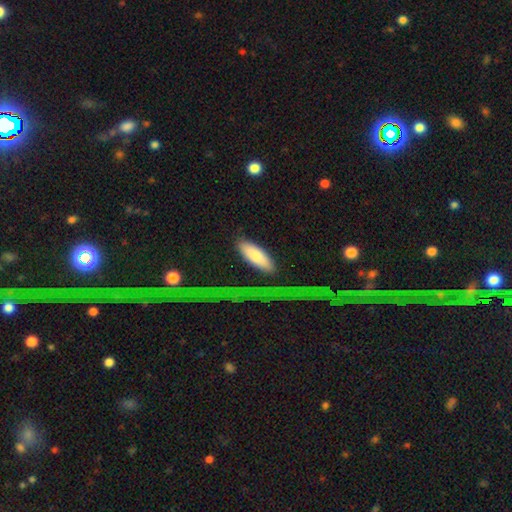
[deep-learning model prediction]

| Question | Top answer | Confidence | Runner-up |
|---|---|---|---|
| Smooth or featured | smooth | 80% | featured or disk (15%) |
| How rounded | in between | 64% | cigar-shaped (34%) |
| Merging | none | 73% | minor disturbance (16%) |